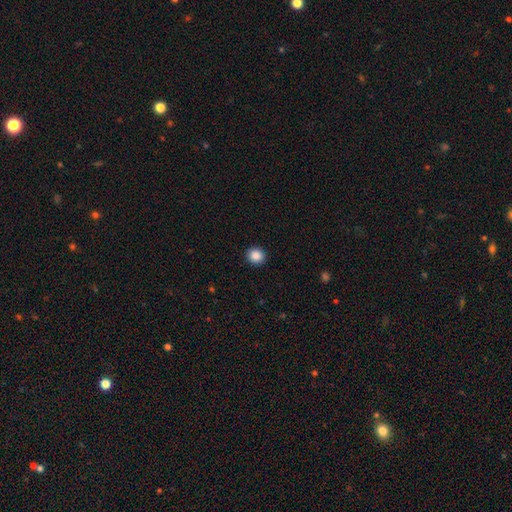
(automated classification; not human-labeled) This appears to be a smooth galaxy with no disk features (88%) that is round (89%). Merging: none (92%).